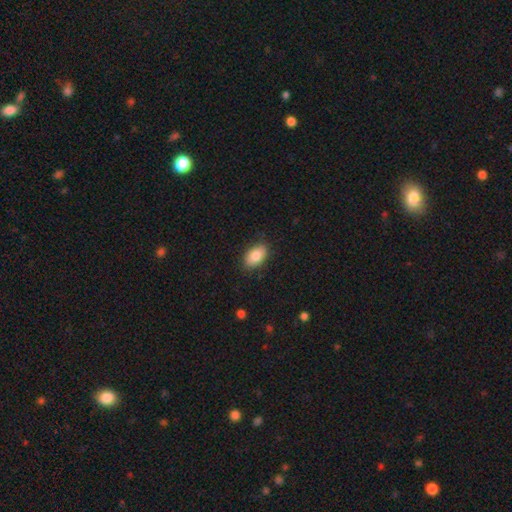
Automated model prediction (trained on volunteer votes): Morphology: type=smooth (84%); roundness=in between (90%); merging=none (85%).